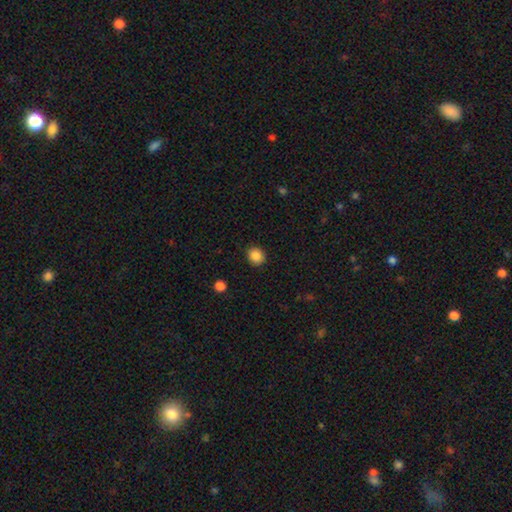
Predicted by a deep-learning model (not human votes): The model was most divided on "how rounded": round: 80%, in between: 19%, cigar-shaped: 1%. More confident: merging — none (90%); smooth or featured — smooth (87%).